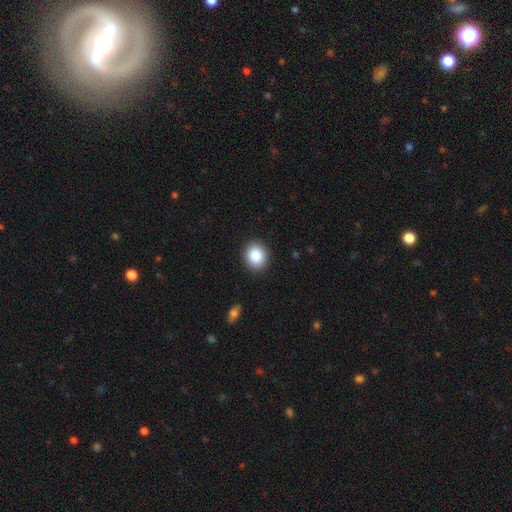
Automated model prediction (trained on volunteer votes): Smooth or featured? smooth (87%)
How rounded? round (74%)
Merging? none (90%)